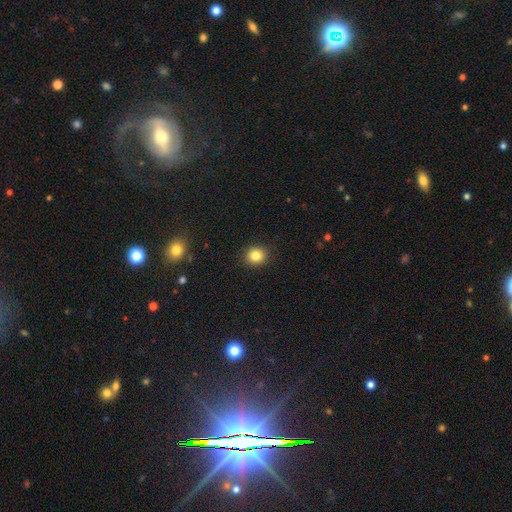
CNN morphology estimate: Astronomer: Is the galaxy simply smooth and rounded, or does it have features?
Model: smooth — 83%.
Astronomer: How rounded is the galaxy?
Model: round — 85%.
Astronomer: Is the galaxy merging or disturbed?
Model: none — 92%.